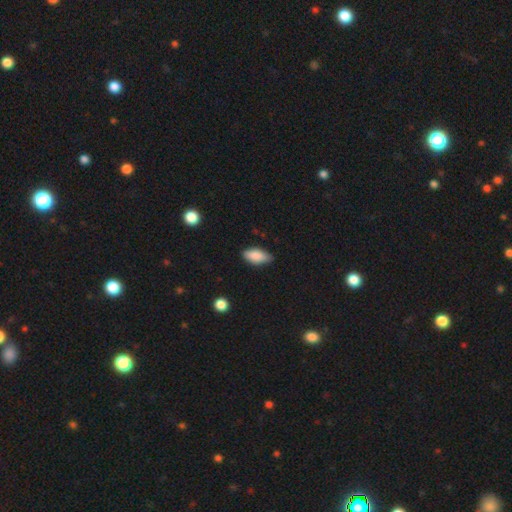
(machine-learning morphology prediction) The model was most divided on "merging": none: 77%, minor disturbance: 19%, major disturbance: 3%, merger: 1%. More confident: how rounded — in between (88%); smooth or featured — smooth (85%).